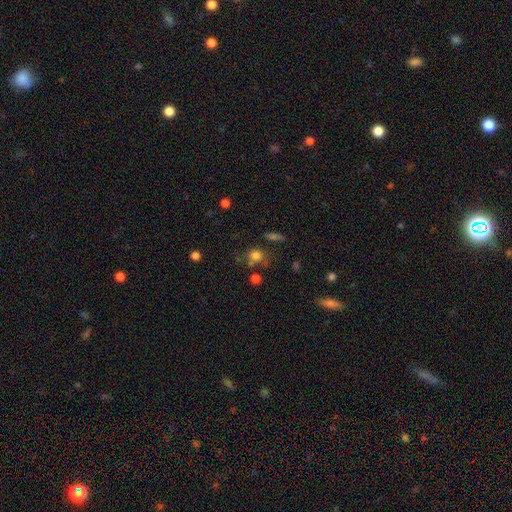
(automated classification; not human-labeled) The model was most divided on "merging": none: 62%, minor disturbance: 16%, merger: 15%, major disturbance: 8%. More confident: how rounded — round (78%); smooth or featured — smooth (76%).